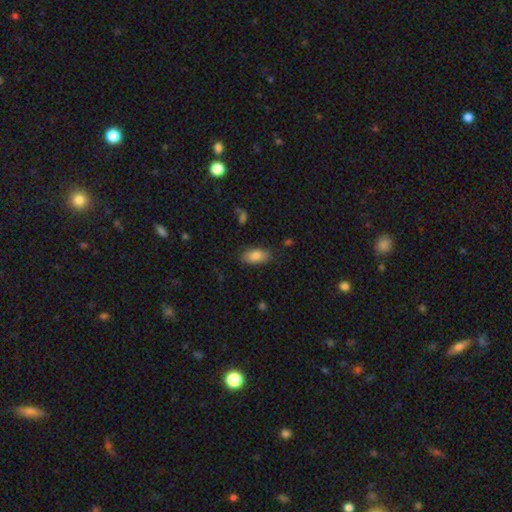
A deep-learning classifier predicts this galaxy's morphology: Q: Smooth or featured?
A: smooth (84%); runner-up: featured or disk (9%)
Q: How rounded?
A: in between (91%); runner-up: cigar-shaped (6%)
Q: Merging?
A: none (81%); runner-up: minor disturbance (14%)